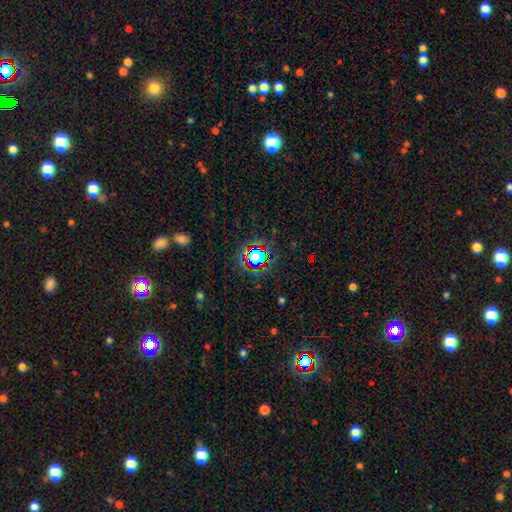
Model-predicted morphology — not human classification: Overall: star or artifact (60%; smooth 29%).